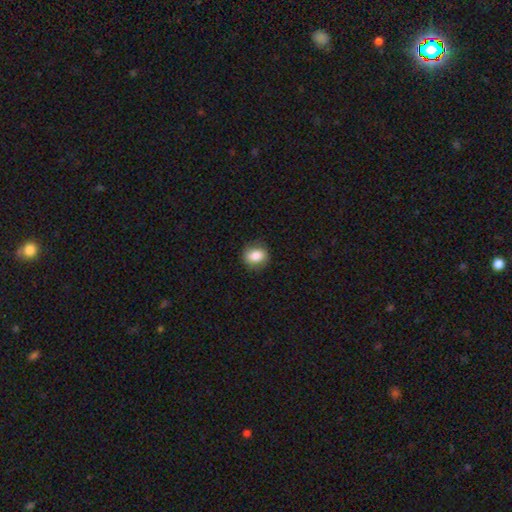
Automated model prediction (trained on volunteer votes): The model was most divided on "how rounded": round: 58%, in between: 41%, cigar-shaped: 1%. More confident: merging — none (84%); smooth or featured — smooth (82%).